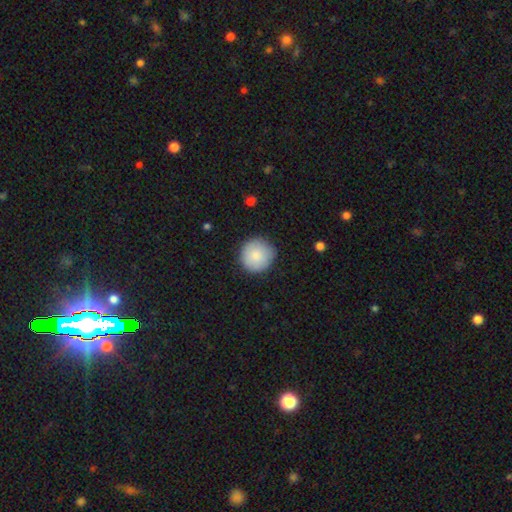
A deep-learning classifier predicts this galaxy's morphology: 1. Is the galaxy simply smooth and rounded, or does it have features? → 85% smooth, 8% featured or disk, 7% star or artifact.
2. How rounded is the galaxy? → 94% round, 5% in between, 1% cigar-shaped.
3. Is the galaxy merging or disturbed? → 85% none, 12% minor disturbance, 3% major disturbance, 1% merger.